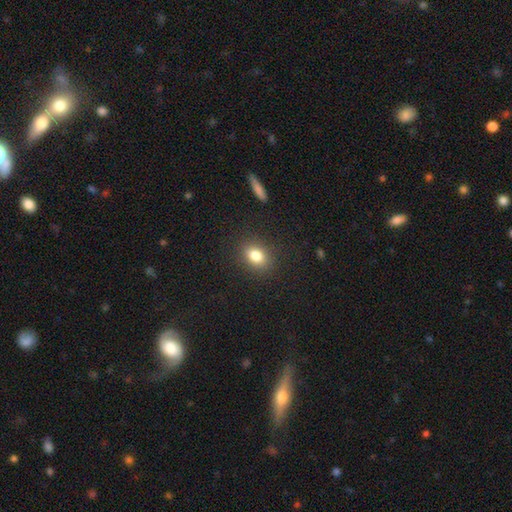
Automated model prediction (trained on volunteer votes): smooth_or_featured: smooth (p=0.82) [alt: star or artifact p=0.11]
how_rounded: in between (p=0.60) [alt: round p=0.38]
merging: none (p=0.87) [alt: minor disturbance p=0.09]